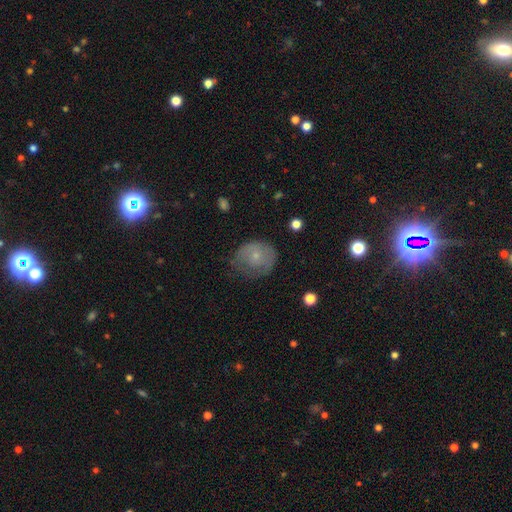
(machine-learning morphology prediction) type=smooth (57%); roundness=round (68%); merging=none (47%).